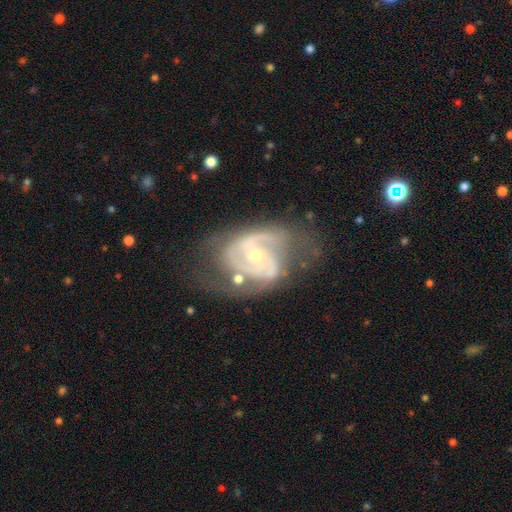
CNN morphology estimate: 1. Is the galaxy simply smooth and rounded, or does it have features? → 89% featured or disk, 6% star or artifact, 6% smooth.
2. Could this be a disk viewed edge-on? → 97% no, 3% yes.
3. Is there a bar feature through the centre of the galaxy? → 55% no, 34% weak, 12% strong.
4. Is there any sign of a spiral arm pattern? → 96% yes, 4% no.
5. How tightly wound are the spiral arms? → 48% medium, 39% tight, 12% loose.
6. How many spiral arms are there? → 59% 2, 19% 3, 12% can't tell, 3% 4, 3% 1, 3% more than 4.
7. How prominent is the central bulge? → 61% small, 36% moderate, 1% large, 1% none, 1% dominant.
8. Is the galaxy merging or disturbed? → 49% none, 25% minor disturbance, 21% major disturbance, 5% merger.